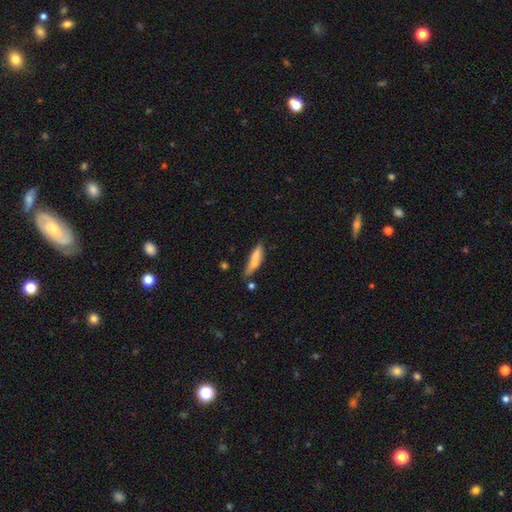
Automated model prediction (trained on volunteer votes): smooth 62%, featured or disk 30%, star or artifact 7%. Down the decision tree: how rounded — cigar-shaped (75%); merging — none (51%).